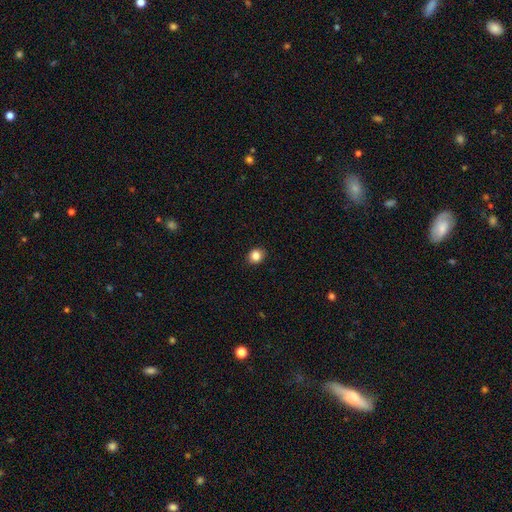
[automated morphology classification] A smooth galaxy with no disk features (85%) that is round (69%). Merging: none (89%).